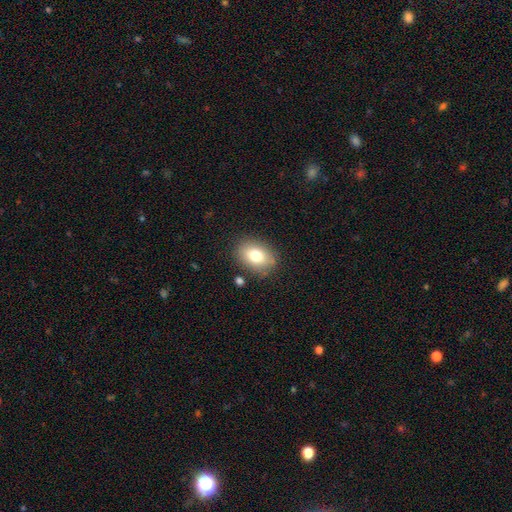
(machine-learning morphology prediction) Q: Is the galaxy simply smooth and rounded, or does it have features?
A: smooth — 78%.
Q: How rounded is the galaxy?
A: in between — 75%.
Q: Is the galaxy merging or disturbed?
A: none — 83%.